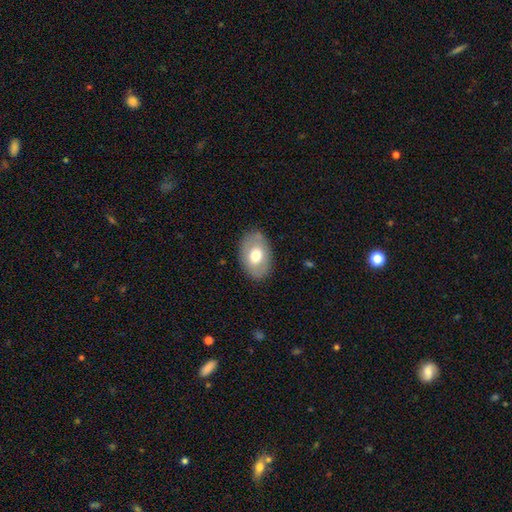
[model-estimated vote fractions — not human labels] Smooth or featured: smooth — 62% (featured or disk — 31%)
How rounded: in between — 84% (round — 15%)
Merging: none — 83% (minor disturbance — 13%)